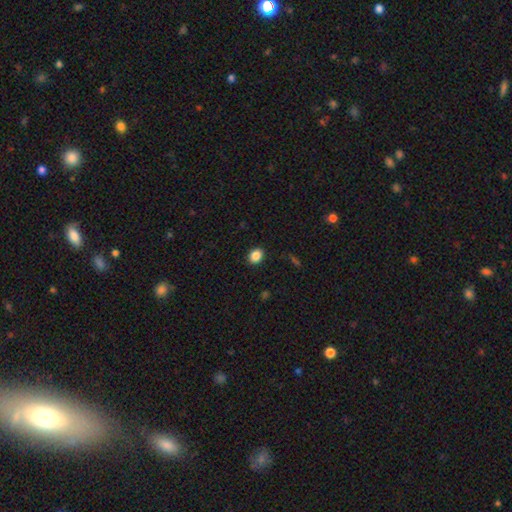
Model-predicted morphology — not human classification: Q: Smooth or featured?
A: smooth (87%); runner-up: star or artifact (9%)
Q: How rounded?
A: in between (52%); runner-up: round (47%)
Q: Merging?
A: none (90%); runner-up: minor disturbance (7%)